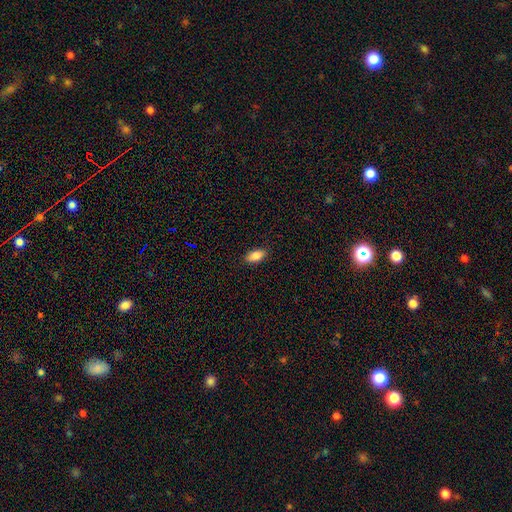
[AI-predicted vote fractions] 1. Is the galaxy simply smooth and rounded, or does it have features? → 84% smooth, 9% featured or disk, 7% star or artifact.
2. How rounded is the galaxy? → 90% in between, 6% cigar-shaped, 3% round.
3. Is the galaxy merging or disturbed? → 89% none, 8% minor disturbance, 2% major disturbance, 1% merger.